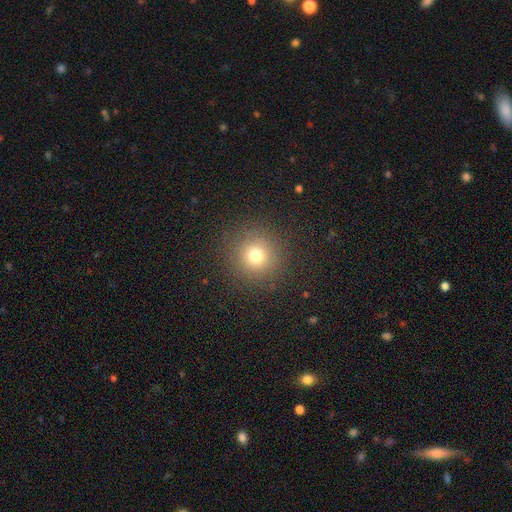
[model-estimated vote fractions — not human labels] Smooth or featured?
  - smooth: 74% *
  - star or artifact: 17%
  - featured or disk: 9%
How rounded?
  - round: 94% *
  - in between: 5%
  - cigar-shaped: 1%
Merging?
  - none: 89% *
  - minor disturbance: 6%
  - major disturbance: 3%
  - merger: 1%